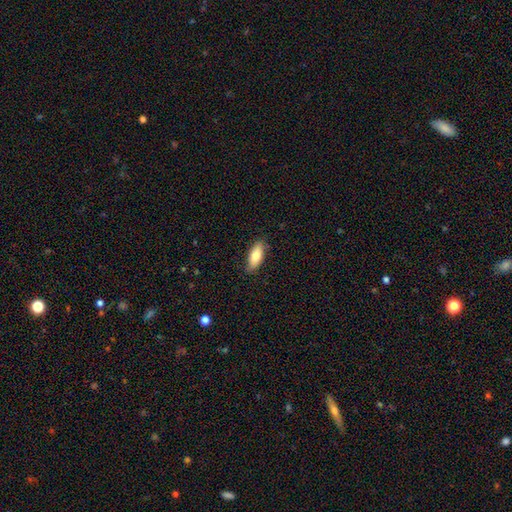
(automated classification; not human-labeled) Q: Smooth or featured?
A: smooth (78%); runner-up: featured or disk (16%)
Q: How rounded?
A: in between (80%); runner-up: cigar-shaped (18%)
Q: Merging?
A: none (83%); runner-up: minor disturbance (13%)